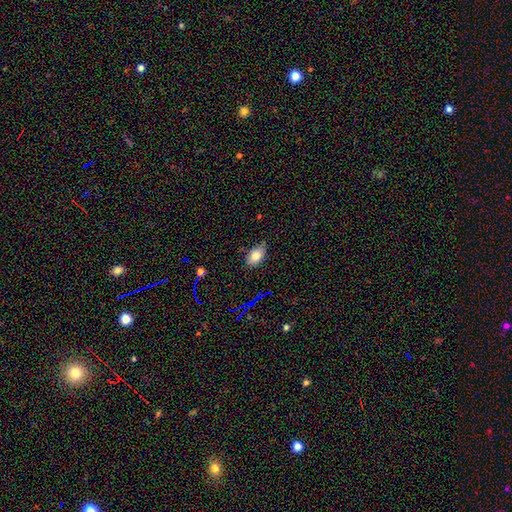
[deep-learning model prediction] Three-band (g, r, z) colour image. It shows a smooth galaxy with no disk features (80%) that is in between round and cigar-shaped (88%). Merging: none (71%).